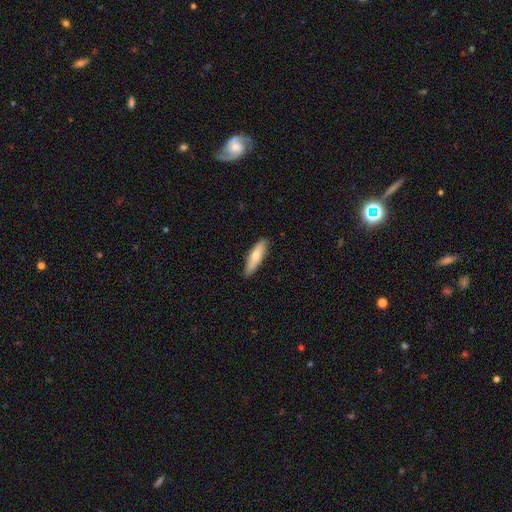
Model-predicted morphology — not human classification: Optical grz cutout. It shows a smooth galaxy with no disk features (65%) that is cigar-shaped (64%). Merging: none (88%).